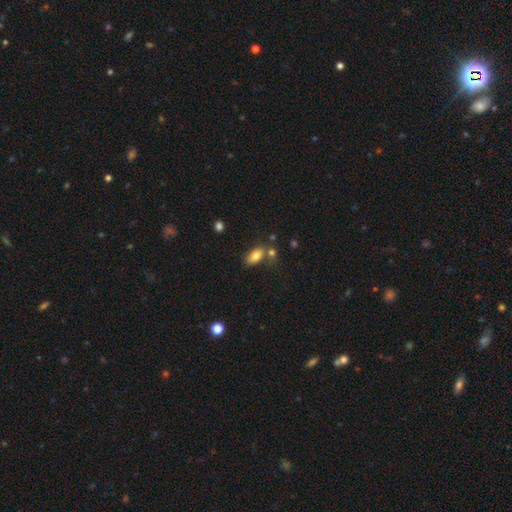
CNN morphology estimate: Smooth or featured? smooth (80%)
How rounded? in between (89%)
Merging? none (57%)